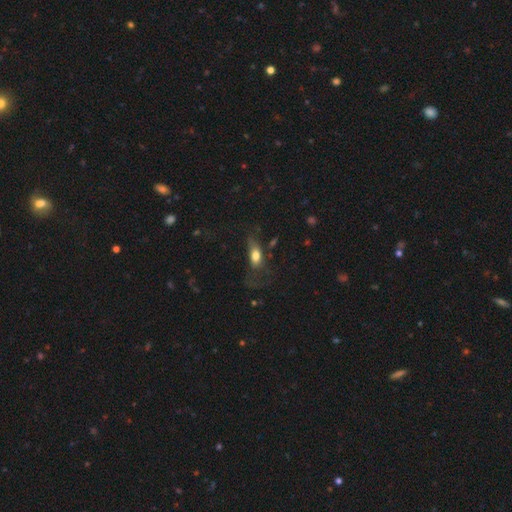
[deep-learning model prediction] smooth_or_featured: smooth (p=0.71) [alt: featured or disk p=0.20]
how_rounded: in between (p=0.78) [alt: cigar-shaped p=0.14]
merging: major disturbance (p=0.40) [alt: none p=0.34]